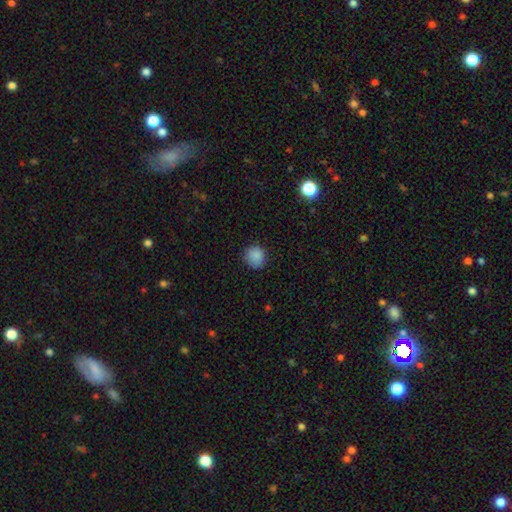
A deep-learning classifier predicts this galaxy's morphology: This is clearly a smooth galaxy (86%). How rounded: clearly round (83%). Merging: clearly none (81%).